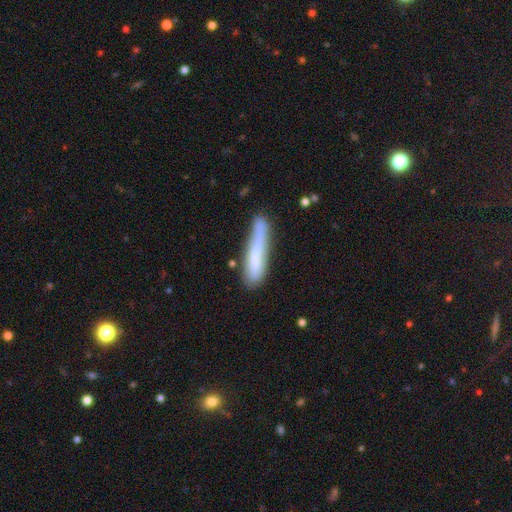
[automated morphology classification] Smooth or featured: smooth — 68% (featured or disk — 25%)
How rounded: cigar-shaped — 90% (in between — 9%)
Merging: none — 64% (minor disturbance — 24%)